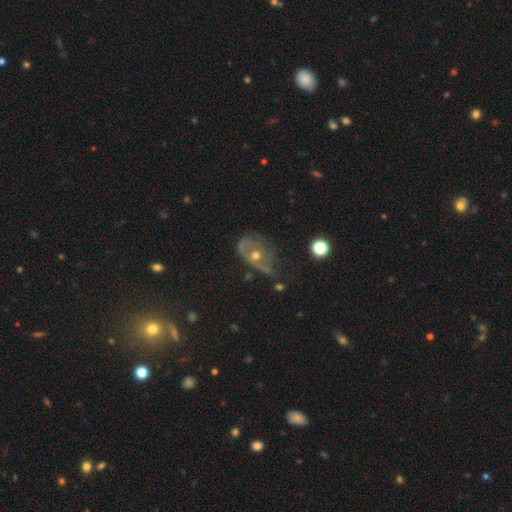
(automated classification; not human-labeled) Morphology: type=featured or disk (58%); edge-on=no (93%); bar=no (83%); spiral arms=no (61%); bulge=moderate (59%); merging=none (34%).